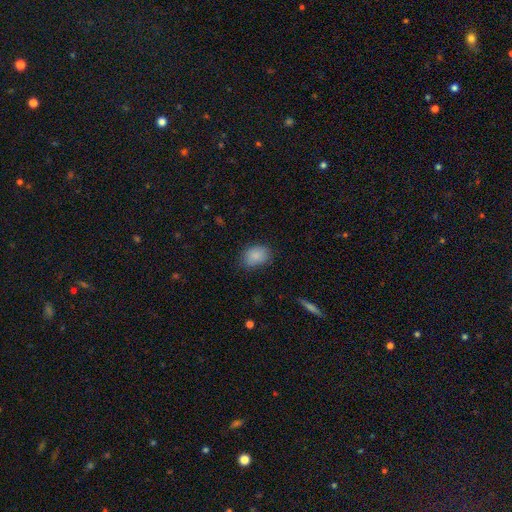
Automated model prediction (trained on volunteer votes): smooth-or-featured: smooth: 87% | star or artifact: 8% | featured or disk: 5%
  how-rounded: in between: 72% | round: 27% | cigar-shaped: 1%
  merging: none: 76% | minor disturbance: 18% | major disturbance: 5% | merger: 1%